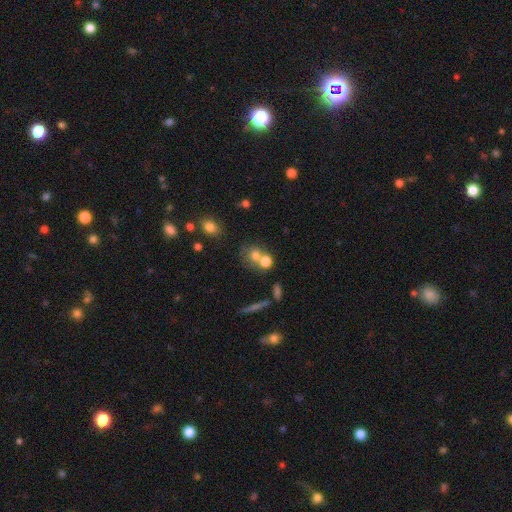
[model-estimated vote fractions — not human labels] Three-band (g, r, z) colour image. It shows a smooth galaxy with no disk features (69%) that is round (74%). Merging: merger (50%).